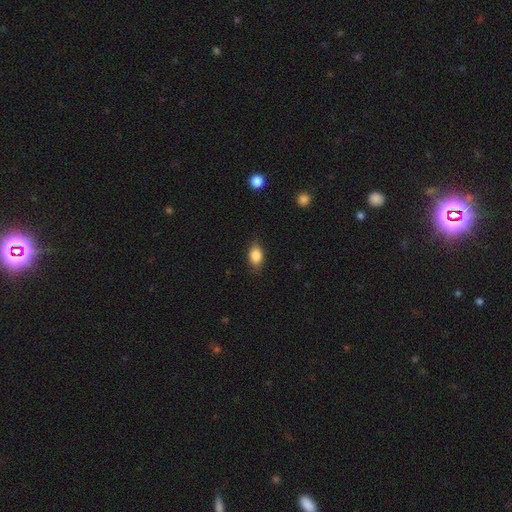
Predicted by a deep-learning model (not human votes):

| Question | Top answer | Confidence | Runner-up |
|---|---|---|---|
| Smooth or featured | smooth | 85% | star or artifact (8%) |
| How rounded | in between | 83% | round (14%) |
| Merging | none | 83% | minor disturbance (14%) |